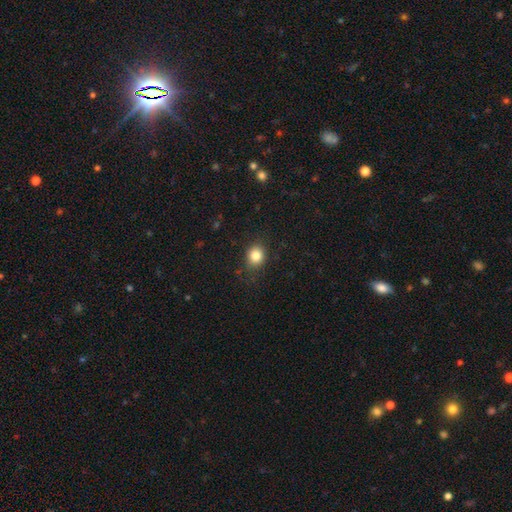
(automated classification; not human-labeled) smooth 84%, star or artifact 10%, featured or disk 6%. Down the decision tree: how rounded — round (68%); merging — none (83%).